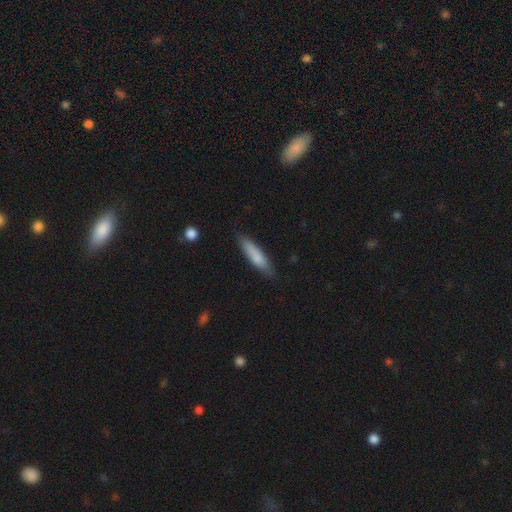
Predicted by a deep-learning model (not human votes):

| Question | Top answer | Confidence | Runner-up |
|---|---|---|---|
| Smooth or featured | smooth | 80% | featured or disk (15%) |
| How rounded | cigar-shaped | 76% | in between (23%) |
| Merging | none | 81% | minor disturbance (16%) |